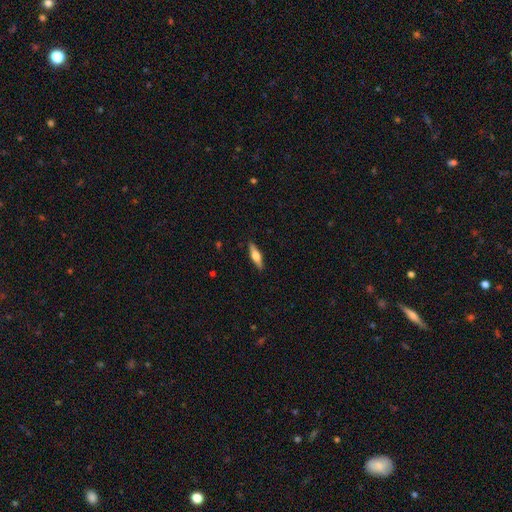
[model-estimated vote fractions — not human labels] Q: Smooth or featured?
A: featured or disk (55%); runner-up: smooth (39%)
Q: Edge-on disk?
A: yes (95%); runner-up: no (5%)
Q: Edge-on bulge?
A: rounded (92%); runner-up: boxy (6%)
Q: Merging?
A: none (90%); runner-up: minor disturbance (7%)